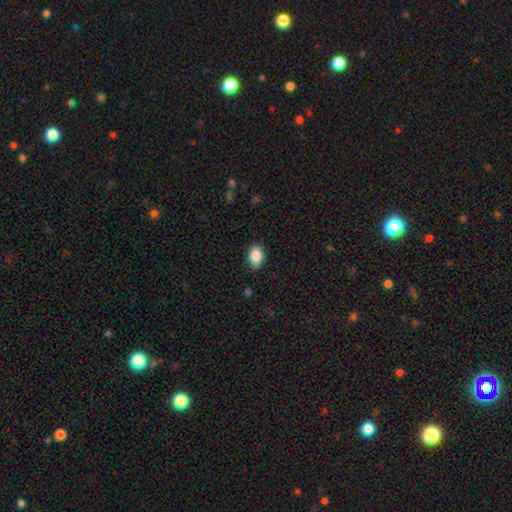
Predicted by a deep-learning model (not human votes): A smooth galaxy with no disk features (87%) that is in between round and cigar-shaped (74%).

Vote fractions:
- Smooth or featured? smooth: 87% / star or artifact: 8% / featured or disk: 5%
- How rounded? in between: 74% / round: 25% / cigar-shaped: 1%
- Merging? none: 83% / minor disturbance: 14% / major disturbance: 3% / merger: 1%